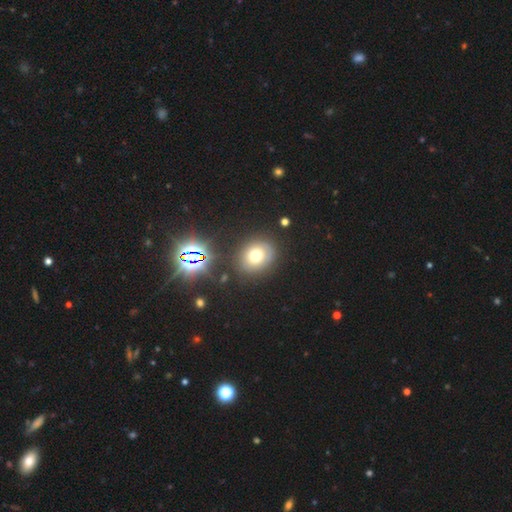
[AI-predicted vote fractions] smooth_or_featured: smooth (p=0.64) [alt: star or artifact p=0.20]
how_rounded: round (p=0.64) [alt: in between p=0.35]
merging: none (p=0.84) [alt: minor disturbance p=0.10]